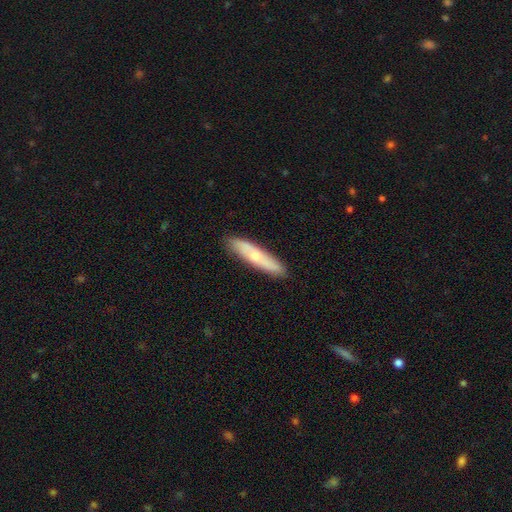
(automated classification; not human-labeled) The model was most divided on "smooth or featured": smooth: 57%, featured or disk: 38%, star or artifact: 6%. More confident: merging — none (88%); how rounded — cigar-shaped (85%).